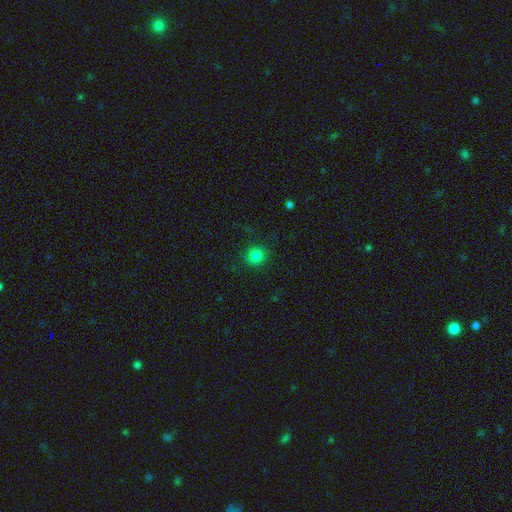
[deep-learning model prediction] Smooth or featured?
  - smooth: 83% *
  - star or artifact: 13%
  - featured or disk: 4%
How rounded?
  - round: 91% *
  - in between: 8%
  - cigar-shaped: 1%
Merging?
  - none: 90% *
  - minor disturbance: 7%
  - major disturbance: 2%
  - merger: 1%